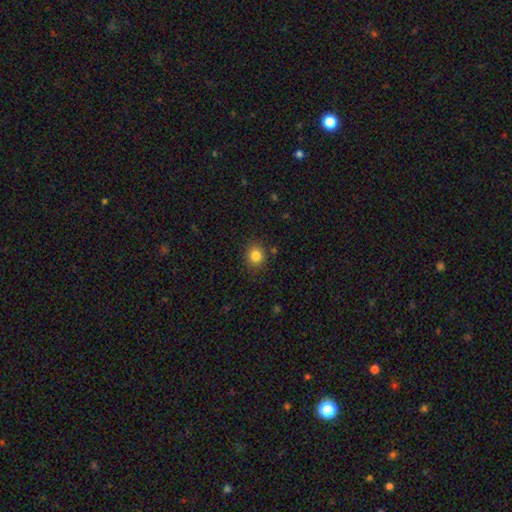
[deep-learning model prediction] Smooth or featured? Predicted: smooth (p=0.83). How rounded? Predicted: round (p=0.80). Merging? Predicted: none (p=0.86).